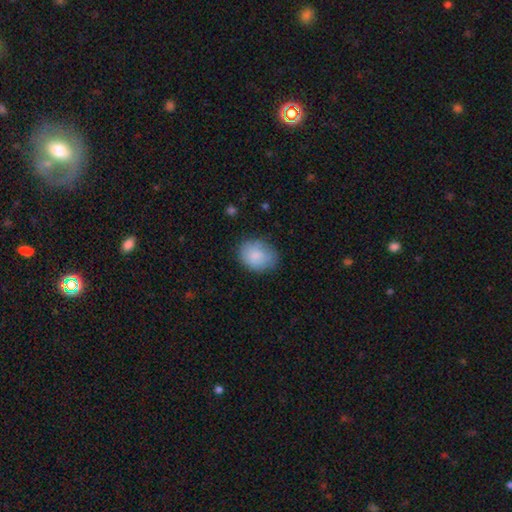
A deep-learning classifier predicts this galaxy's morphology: Smooth or featured?
  - smooth: 83% *
  - featured or disk: 10%
  - star or artifact: 7%
How rounded?
  - in between: 59% *
  - round: 41%
  - cigar-shaped: 1%
Merging?
  - none: 72% *
  - minor disturbance: 21%
  - major disturbance: 5%
  - merger: 1%